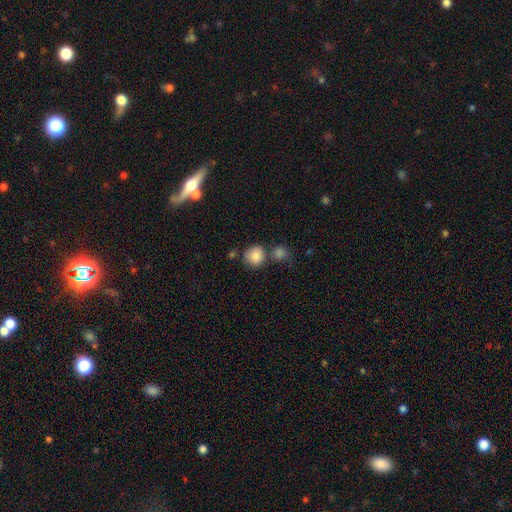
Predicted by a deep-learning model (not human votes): Morphology: type=smooth (85%); roundness=round (79%); merging=none (52%).